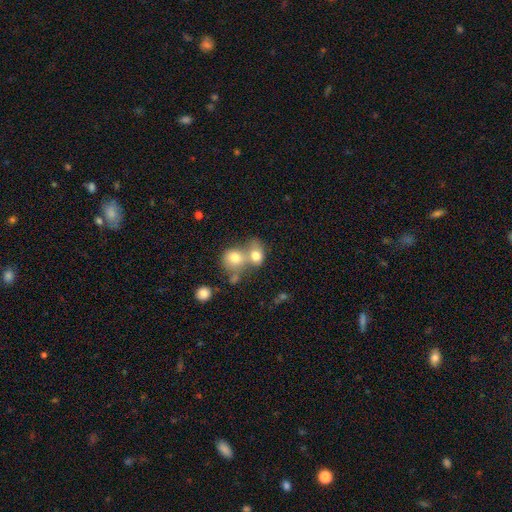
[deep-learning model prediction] Smooth or featured: smooth — 75% (featured or disk — 15%)
How rounded: round — 57% (in between — 42%)
Merging: merger — 65% (none — 24%)